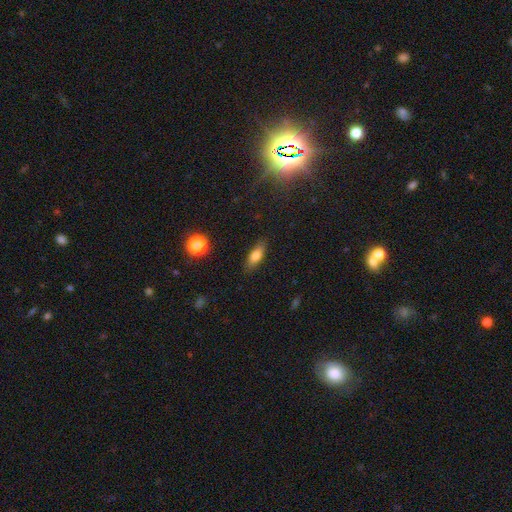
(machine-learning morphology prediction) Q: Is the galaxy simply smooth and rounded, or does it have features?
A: smooth — 74%.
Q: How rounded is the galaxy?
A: in between — 65%.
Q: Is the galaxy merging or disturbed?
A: none — 85%.